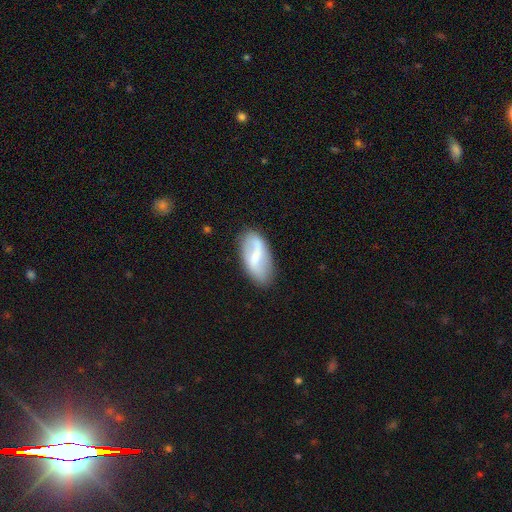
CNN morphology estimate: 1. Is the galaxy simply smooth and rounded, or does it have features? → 47% smooth, 46% featured or disk, 7% star or artifact.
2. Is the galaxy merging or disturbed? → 75% none, 18% minor disturbance, 6% major disturbance, 2% merger.